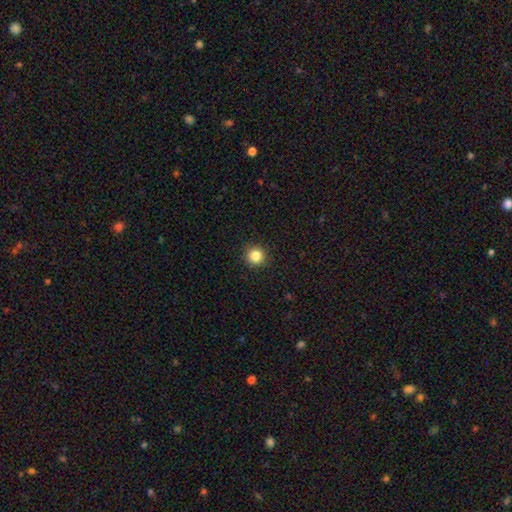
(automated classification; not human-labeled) smooth 85%, star or artifact 11%, featured or disk 4%. Down the decision tree: how rounded — round (95%); merging — none (93%).